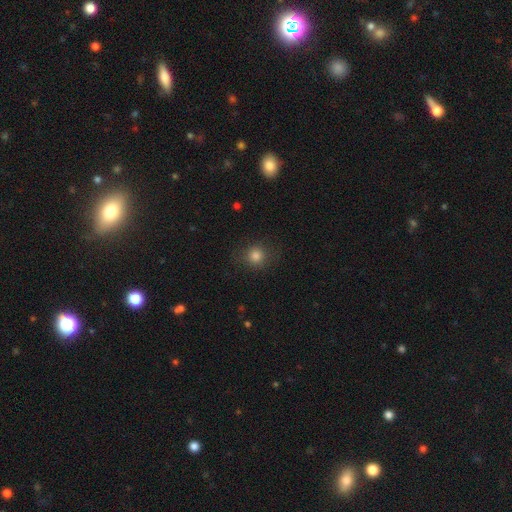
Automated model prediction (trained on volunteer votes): smooth_or_featured: smooth (p=0.82) [alt: star or artifact p=0.12]
how_rounded: round (p=0.86) [alt: in between p=0.13]
merging: none (p=0.82) [alt: minor disturbance p=0.12]